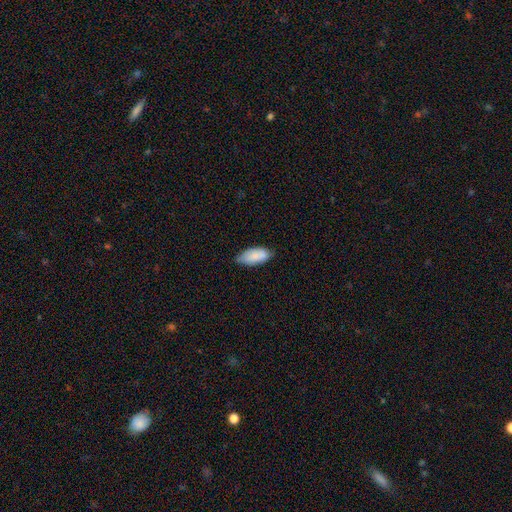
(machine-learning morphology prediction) Overall: smooth (84%). How rounded: in between (91%). Merging: none (67%; minor disturbance 28%).